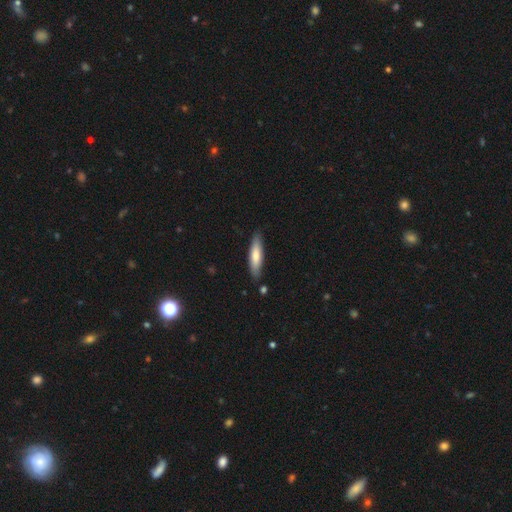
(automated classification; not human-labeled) Smooth or featured: smooth — 74% (featured or disk — 20%)
How rounded: cigar-shaped — 68% (in between — 30%)
Merging: none — 84% (minor disturbance — 11%)